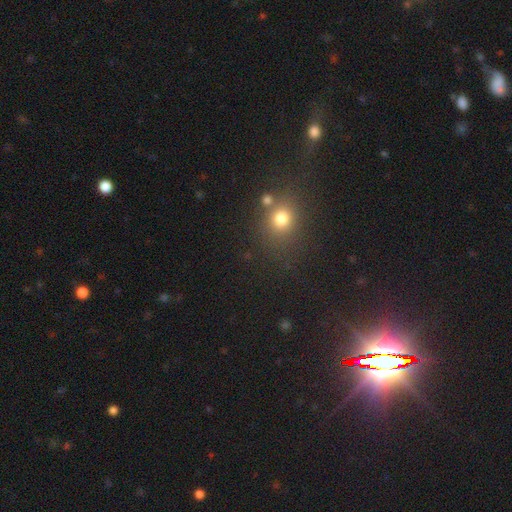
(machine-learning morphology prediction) Overall: star or artifact (59%; smooth 33%).